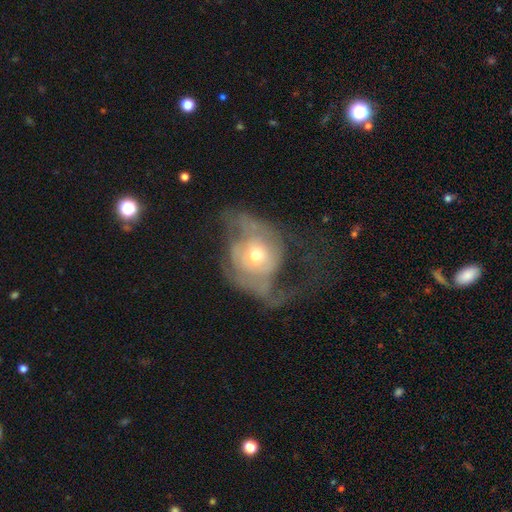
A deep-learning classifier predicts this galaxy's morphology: smooth-or-featured: featured or disk: 62% | smooth: 30% | star or artifact: 8%
  disk-edge-on: no: 95% | yes: 5%
    bar: no: 81% | weak: 15% | strong: 4%
    has-spiral-arms: yes: 54% | no: 46%
    bulge-size: moderate: 56% | small: 37% | large: 5% | dominant: 1% | none: 1%
  merging: major disturbance: 60% | none: 19% | minor disturbance: 16% | merger: 4%